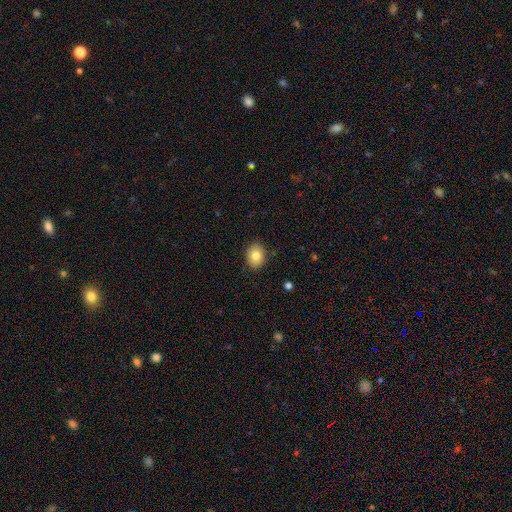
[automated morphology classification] Smooth or featured? smooth (82%)
How rounded? in between (55%)
Merging? none (88%)